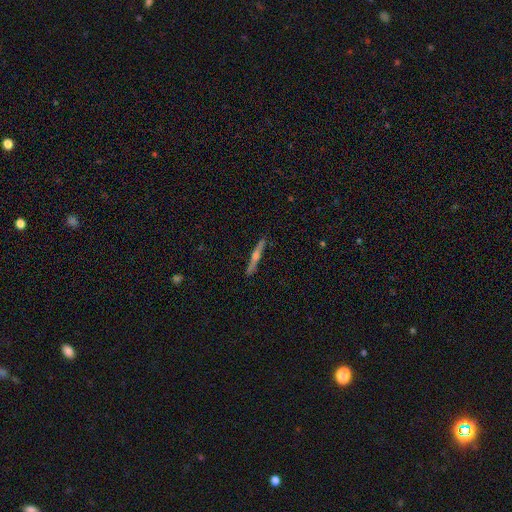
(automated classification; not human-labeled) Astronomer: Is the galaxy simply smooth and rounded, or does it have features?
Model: featured or disk — 71%.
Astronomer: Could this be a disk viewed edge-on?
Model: yes — 97%.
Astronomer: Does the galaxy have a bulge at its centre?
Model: rounded — 88%.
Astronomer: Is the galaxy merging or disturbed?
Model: none — 90%.